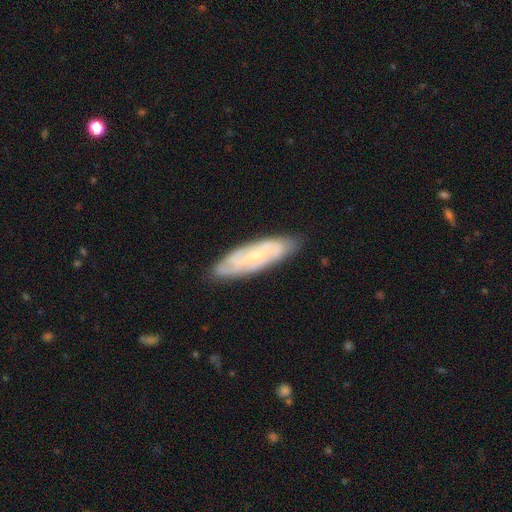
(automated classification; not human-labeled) featured or disk 66%, smooth 28%, star or artifact 7%. Down the decision tree: edge-on disk — no (79%); bar — no (65%); spiral arms — yes (83%); bulge size — small (72%); merging — none (82%).